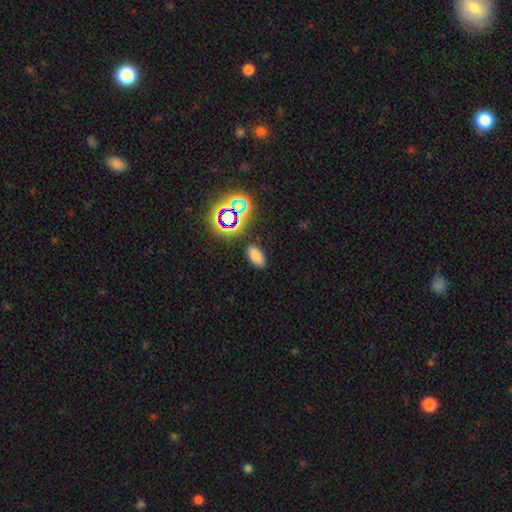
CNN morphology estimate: Smooth or featured? smooth (73%)
How rounded? in between (92%)
Merging? none (87%)